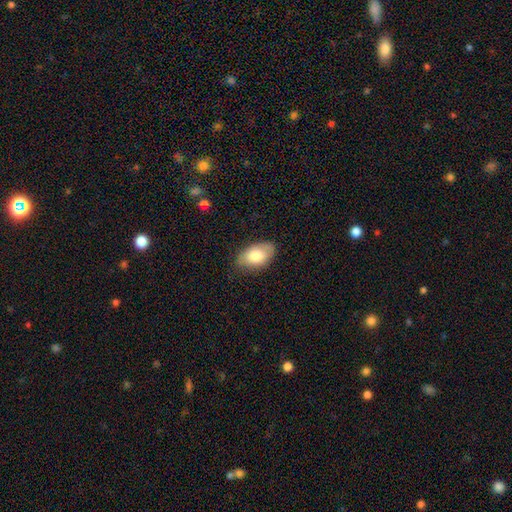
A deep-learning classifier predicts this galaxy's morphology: A smooth galaxy with no disk features (80%) that is in between round and cigar-shaped (94%).

Vote fractions:
- Smooth or featured? smooth: 80% / featured or disk: 13% / star or artifact: 6%
- How rounded? in between: 94% / round: 5% / cigar-shaped: 2%
- Merging? none: 76% / minor disturbance: 19% / major disturbance: 4% / merger: 1%